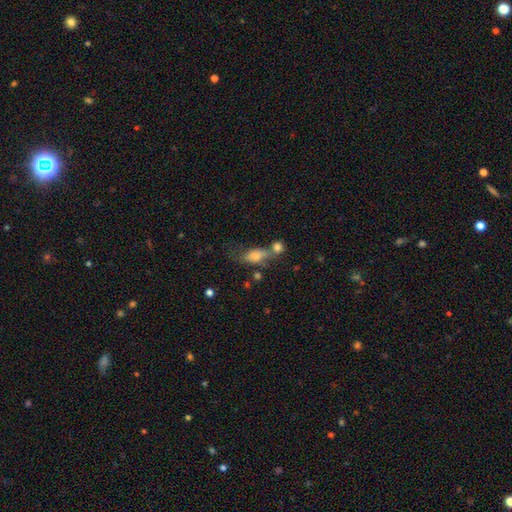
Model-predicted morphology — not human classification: A smooth galaxy with no disk features (62%) that is in between round and cigar-shaped (67%). Merging: merger (36%).